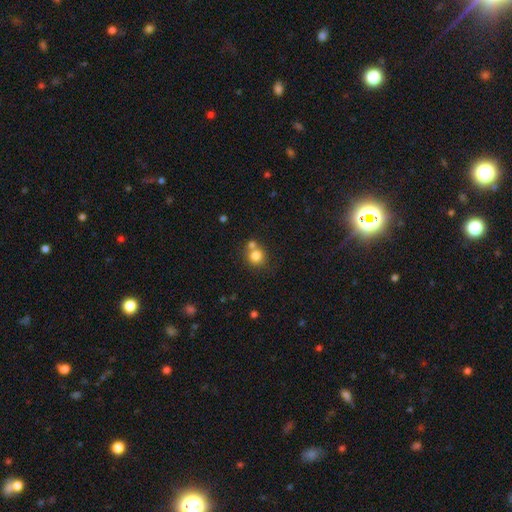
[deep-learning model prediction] A smooth galaxy with no disk features (80%) that is round (87%).

Vote fractions:
- Smooth or featured? smooth: 80% / star or artifact: 11% / featured or disk: 9%
- How rounded? round: 87% / in between: 12% / cigar-shaped: 1%
- Merging? none: 56% / merger: 32% / minor disturbance: 9% / major disturbance: 3%